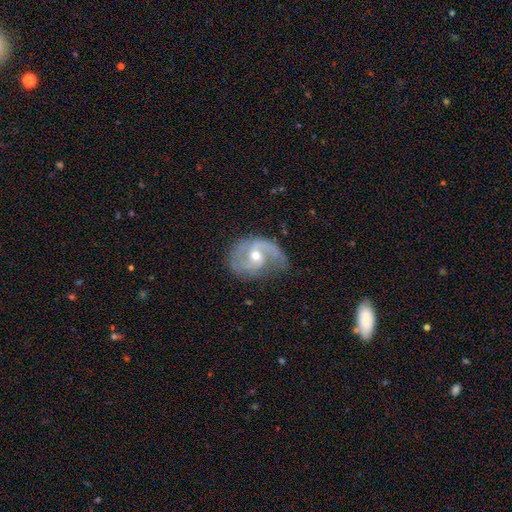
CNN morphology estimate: smooth_or_featured: featured or disk (p=0.86) [alt: smooth p=0.08]
disk_edge_on: no (p=0.98) [alt: yes p=0.02]
bar: no (p=0.46) [alt: weak p=0.43]
has_spiral_arms: yes (p=0.95) [alt: no p=0.05]
spiral_winding: medium (p=0.49) [alt: loose p=0.29]
spiral_arm_count: 2 (p=0.73) [alt: 1 p=0.16]
bulge_size: moderate (p=0.61) [alt: small p=0.35]
merging: none (p=0.58) [alt: minor disturbance p=0.26]